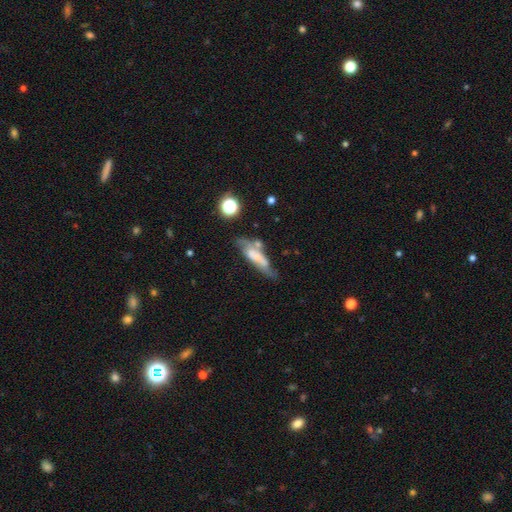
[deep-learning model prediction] smooth-or-featured: featured or disk: 50% | smooth: 40% | star or artifact: 9%
  disk-edge-on: no: 66% | yes: 34%
  merging: none: 40% | minor disturbance: 25% | major disturbance: 18% | merger: 17%